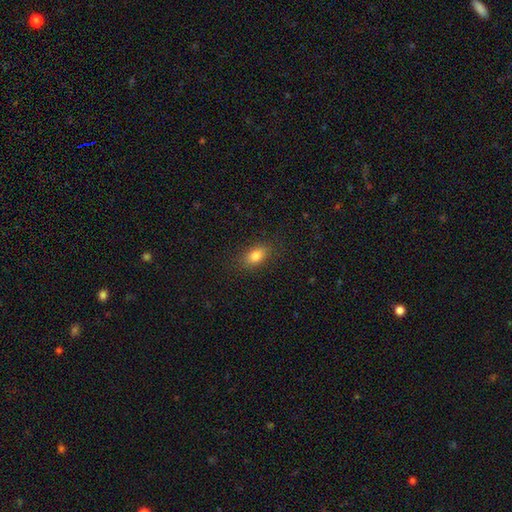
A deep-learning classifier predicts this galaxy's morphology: A smooth galaxy with no disk features (82%) that is in between round and cigar-shaped (85%). Merging: none (85%).